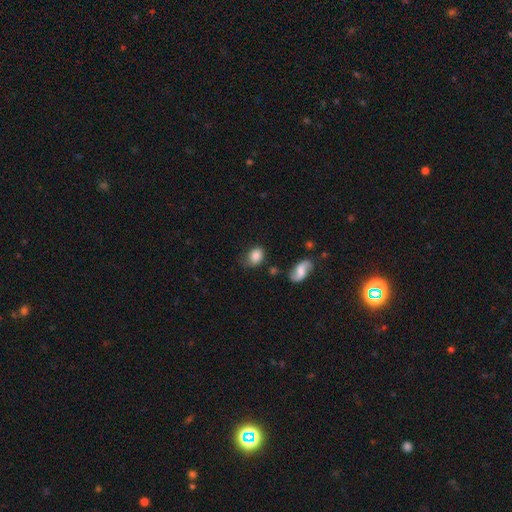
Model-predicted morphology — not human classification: Smooth or featured? smooth (82%)
How rounded? in between (67%)
Merging? none (60%)